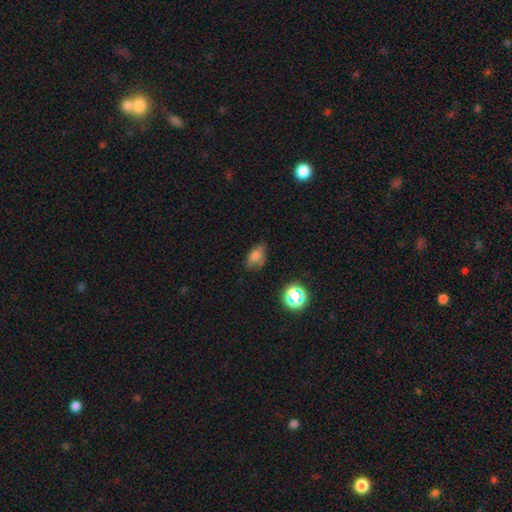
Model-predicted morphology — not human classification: This is likely a smooth galaxy (74%). How rounded: clearly in between (85%). Merging: likely none (63%).